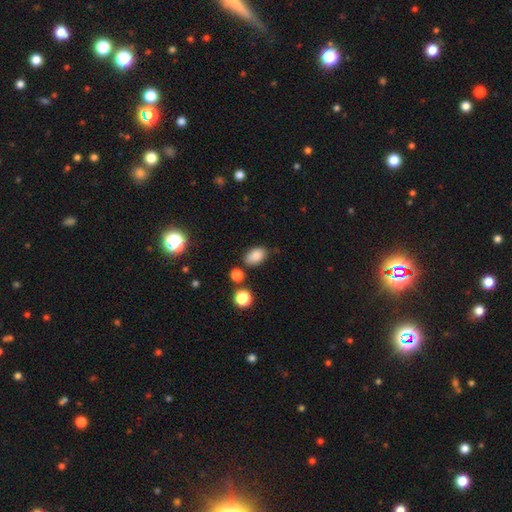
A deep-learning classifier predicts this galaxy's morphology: This is clearly a smooth galaxy (84%). How rounded: clearly in between (89%). Merging: likely none (76%).